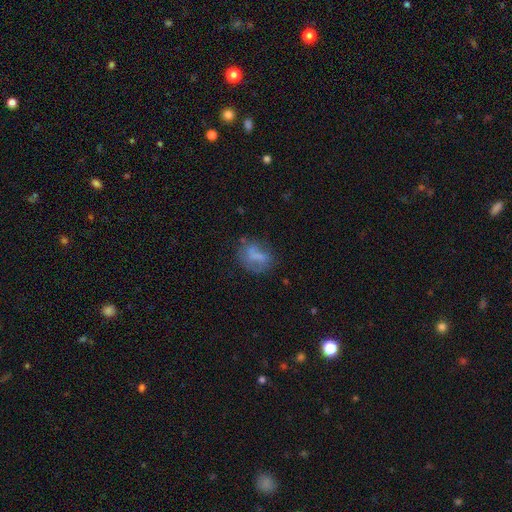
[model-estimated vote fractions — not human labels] The model was most divided on "how rounded": in between: 55%, round: 42%, cigar-shaped: 3%. More confident: smooth or featured — smooth (56%); merging — none (52%).